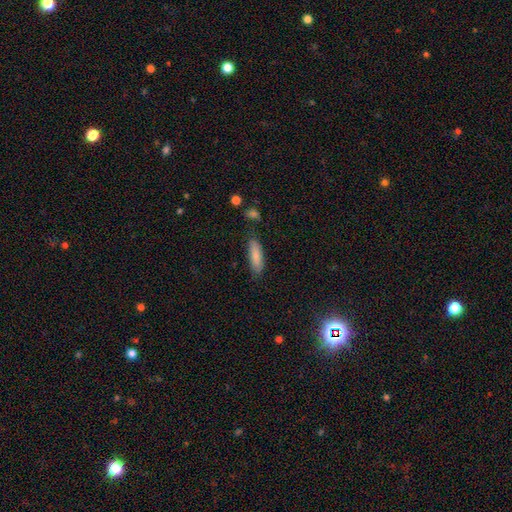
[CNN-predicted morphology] Smooth or featured: smooth — 85% (featured or disk — 9%)
How rounded: cigar-shaped — 50% (in between — 48%)
Merging: none — 78% (minor disturbance — 15%)